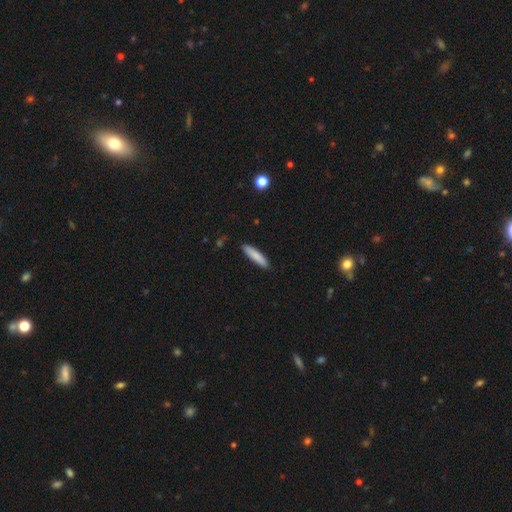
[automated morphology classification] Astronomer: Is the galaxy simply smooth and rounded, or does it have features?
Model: smooth — 84%.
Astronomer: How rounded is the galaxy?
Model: cigar-shaped — 84%.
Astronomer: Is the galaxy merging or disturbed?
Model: none — 89%.